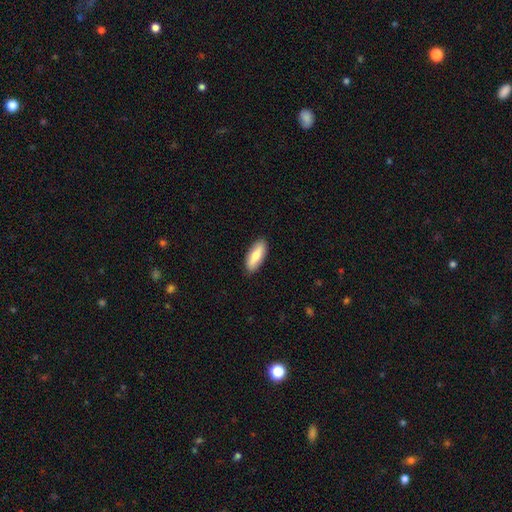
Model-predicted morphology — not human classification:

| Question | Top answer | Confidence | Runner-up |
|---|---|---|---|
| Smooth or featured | smooth | 75% | featured or disk (19%) |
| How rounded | in between | 72% | cigar-shaped (26%) |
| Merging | none | 89% | minor disturbance (9%) |